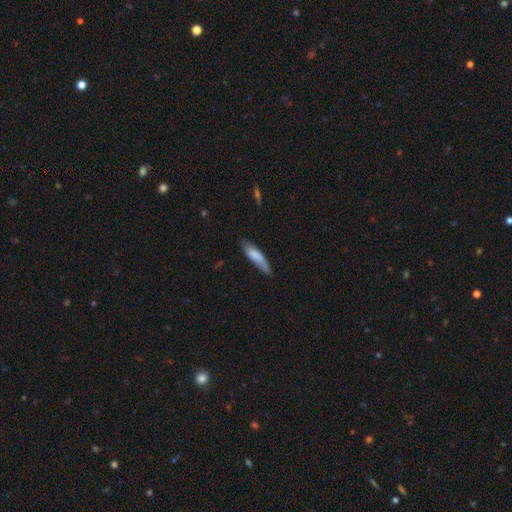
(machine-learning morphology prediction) A smooth galaxy with no disk features (75%) that is cigar-shaped (71%).

Vote fractions:
- Smooth or featured? smooth: 75% / featured or disk: 19% / star or artifact: 6%
- How rounded? cigar-shaped: 71% / in between: 28% / round: 1%
- Merging? none: 62% / minor disturbance: 28% / major disturbance: 7% / merger: 3%